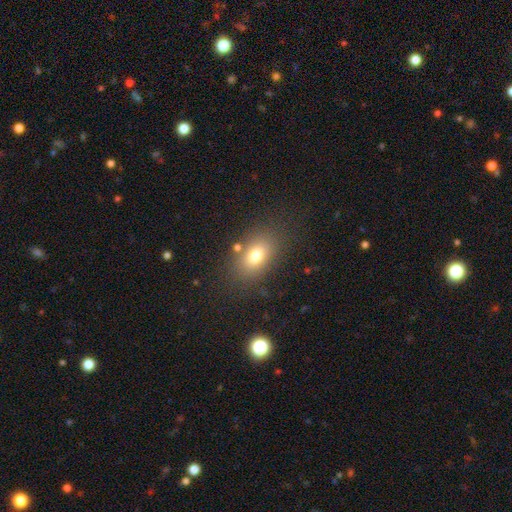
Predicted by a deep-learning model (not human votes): Smooth or featured? Predicted: smooth (p=0.75). How rounded? Predicted: in between (p=0.81). Merging? Predicted: none (p=0.79).